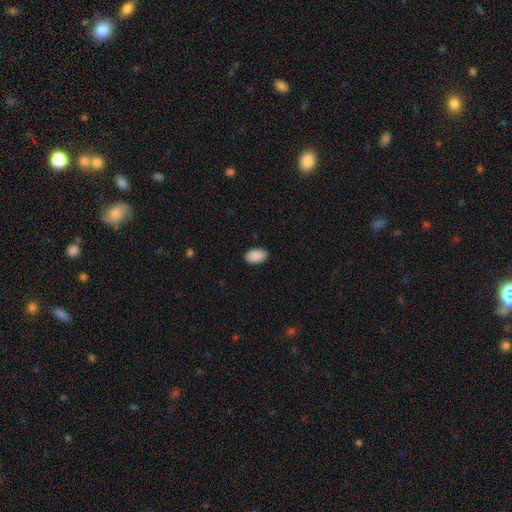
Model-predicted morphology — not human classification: A smooth galaxy with no disk features (91%) that is in between round and cigar-shaped (92%).

Vote fractions:
- Smooth or featured? smooth: 91% / star or artifact: 7% / featured or disk: 3%
- How rounded? in between: 92% / round: 7% / cigar-shaped: 1%
- Merging? none: 87% / minor disturbance: 10% / major disturbance: 2% / merger: 1%